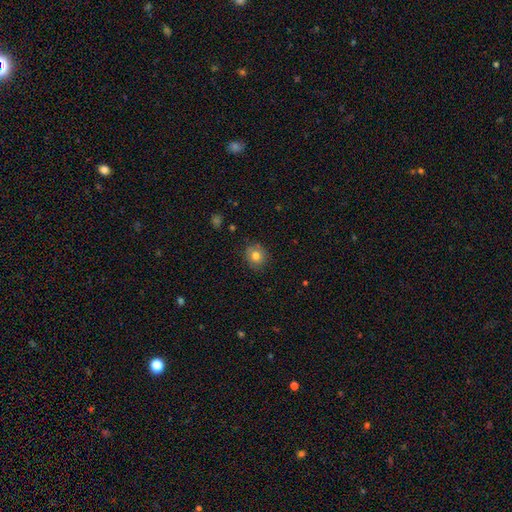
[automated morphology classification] Overall: smooth (79%). How rounded: round (86%). Merging: none (87%).